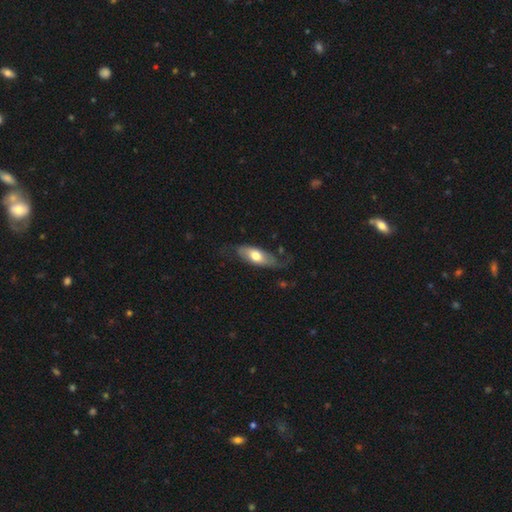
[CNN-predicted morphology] A smooth galaxy with no disk features (55%) that is in between round and cigar-shaped (78%).

Vote fractions:
- Smooth or featured? smooth: 55% / featured or disk: 40% / star or artifact: 5%
- How rounded? in between: 78% / cigar-shaped: 19% / round: 3%
- Merging? none: 51% / minor disturbance: 29% / major disturbance: 18% / merger: 3%